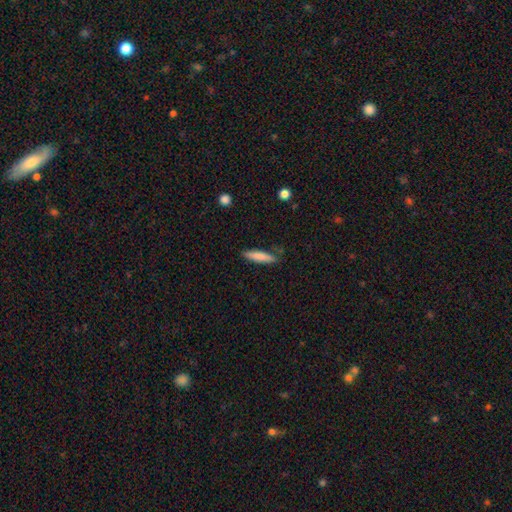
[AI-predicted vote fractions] smooth-or-featured: smooth: 79% | featured or disk: 15% | star or artifact: 6%
  how-rounded: cigar-shaped: 84% | in between: 14% | round: 1%
  merging: none: 83% | minor disturbance: 13% | major disturbance: 3% | merger: 2%